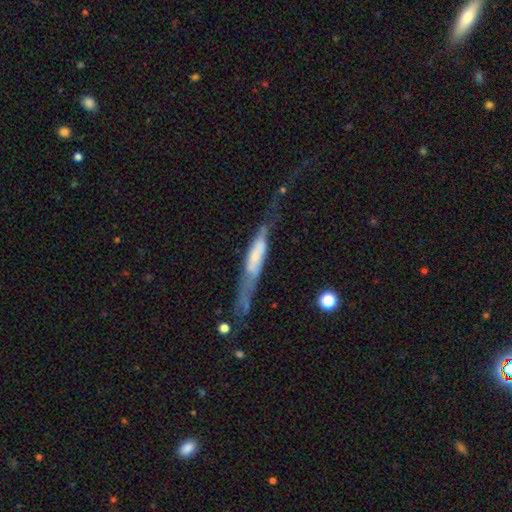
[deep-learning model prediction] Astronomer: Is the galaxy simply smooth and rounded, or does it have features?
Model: featured or disk — 57% (runner-up: smooth, 36%).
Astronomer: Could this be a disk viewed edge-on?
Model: yes — 72%.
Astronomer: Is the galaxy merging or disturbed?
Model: none — 35%, tied with major disturbance at 35%.